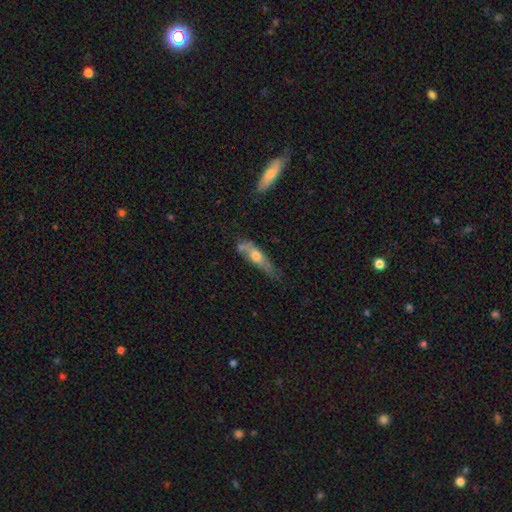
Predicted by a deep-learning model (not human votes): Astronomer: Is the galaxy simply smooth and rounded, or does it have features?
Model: smooth — 48% (runner-up: featured or disk, 45%).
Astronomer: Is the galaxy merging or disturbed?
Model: none — 46% (runner-up: minor disturbance, 34%).